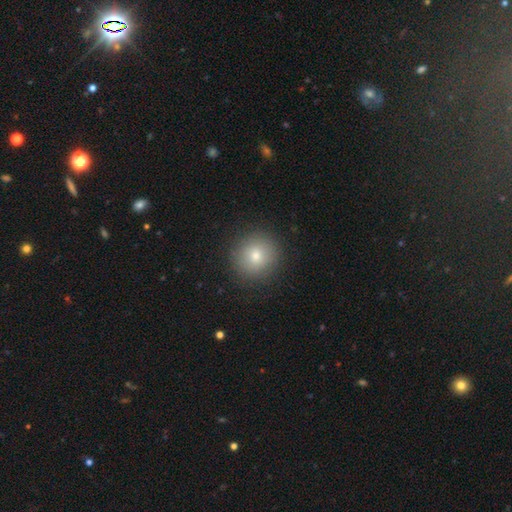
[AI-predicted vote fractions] A smooth galaxy with no disk features (78%) that is round (91%). Merging: none (90%).